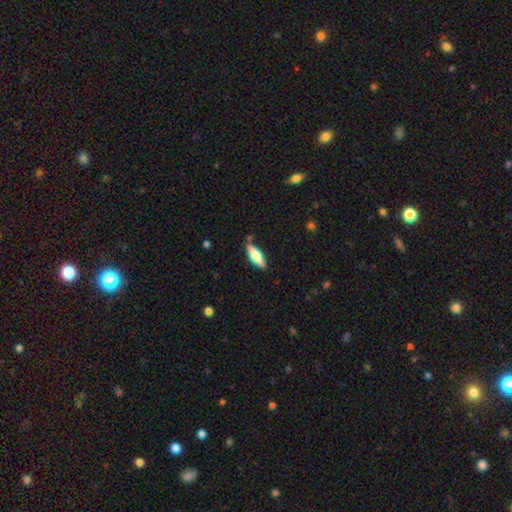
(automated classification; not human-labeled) Overall: smooth (48%; featured or disk 46%). Merging: none (84%).